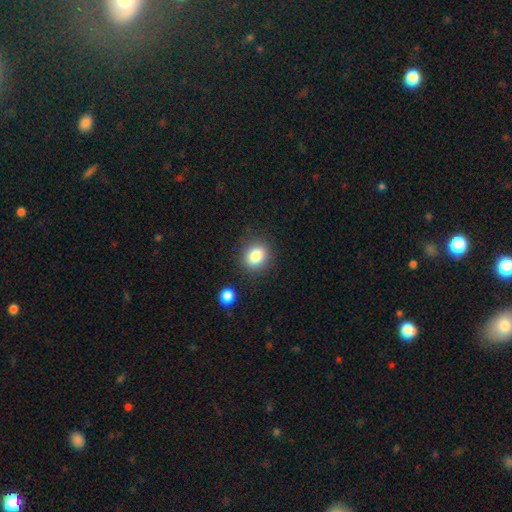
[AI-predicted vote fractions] A smooth galaxy with no disk features (83%) that is round (71%). Merging: none (85%).